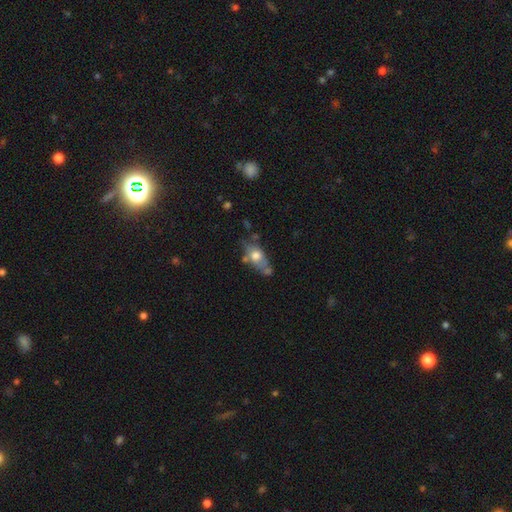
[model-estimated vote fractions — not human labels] Q: Smooth or featured?
A: smooth (58%); runner-up: featured or disk (34%)
Q: How rounded?
A: in between (77%); runner-up: round (12%)
Q: Merging?
A: none (42%); runner-up: minor disturbance (26%)